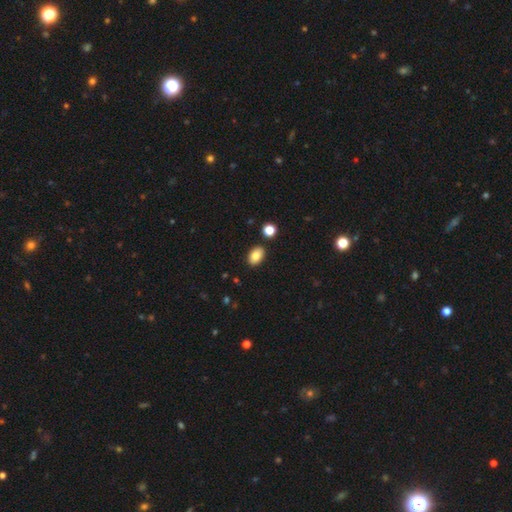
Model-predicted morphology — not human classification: A smooth galaxy with no disk features (83%) that is in between round and cigar-shaped (88%).

Vote fractions:
- Smooth or featured? smooth: 83% / star or artifact: 9% / featured or disk: 8%
- How rounded? in between: 88% / round: 11% / cigar-shaped: 1%
- Merging? none: 87% / minor disturbance: 8% / merger: 3% / major disturbance: 2%